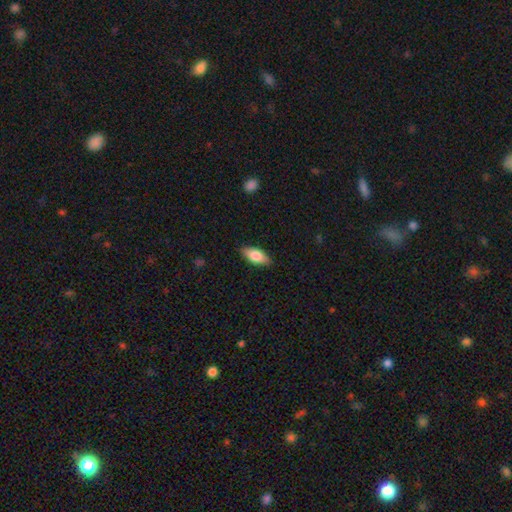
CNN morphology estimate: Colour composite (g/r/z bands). It shows a smooth galaxy with no disk features (76%) that is in between round and cigar-shaped (85%). Merging: none (86%).